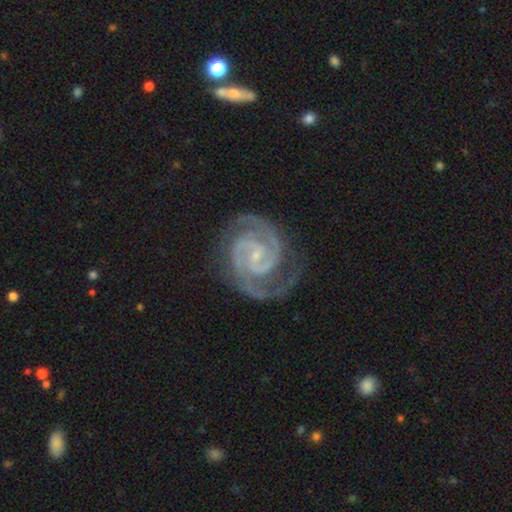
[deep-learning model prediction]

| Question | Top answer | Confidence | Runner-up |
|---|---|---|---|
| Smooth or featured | featured or disk | 93% | star or artifact (4%) |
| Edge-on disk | no | 98% | yes (2%) |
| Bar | weak | 43% | no (38%) |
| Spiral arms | yes | 99% | no (1%) |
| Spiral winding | tight | 63% | medium (33%) |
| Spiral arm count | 2 | 87% | 3 (5%) |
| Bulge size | small | 79% | moderate (13%) |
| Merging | none | 77% | minor disturbance (16%) |